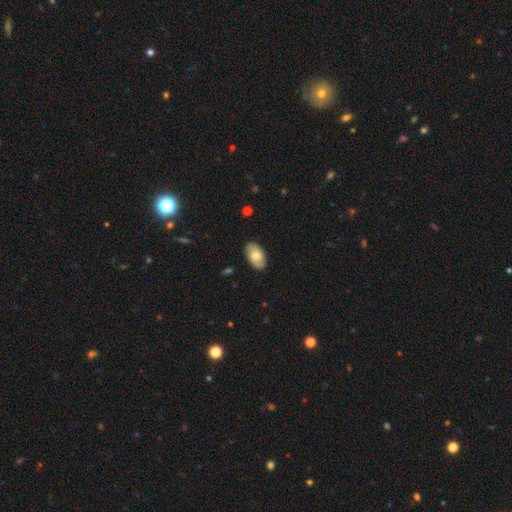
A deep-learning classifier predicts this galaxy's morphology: smooth-or-featured: smooth: 54% | featured or disk: 39% | star or artifact: 6%
  how-rounded: in between: 94% | round: 5% | cigar-shaped: 2%
  merging: none: 85% | minor disturbance: 12% | major disturbance: 2% | merger: 1%